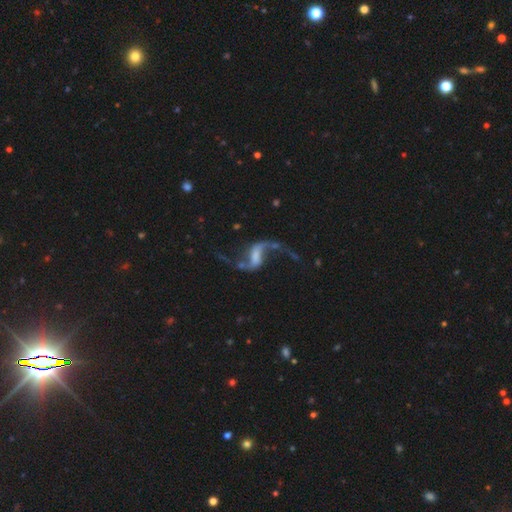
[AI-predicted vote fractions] Morphology: type=featured or disk (88%); edge-on=no (97%); bar=weak (41%); spiral arms=yes (96%); winding=loose (92%); arm count=2 (93%); bulge=none (42%); merging=none (63%).